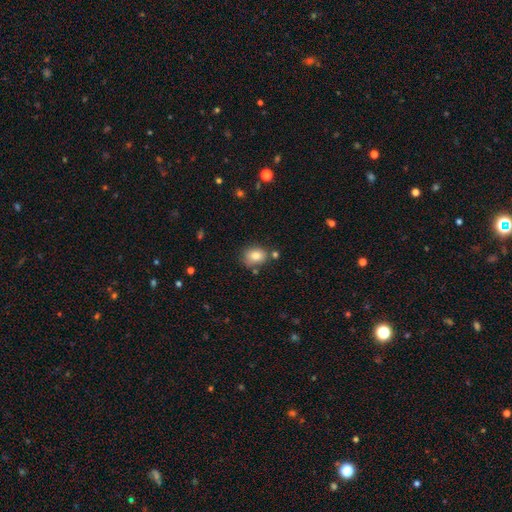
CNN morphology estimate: smooth-or-featured: smooth: 81% | featured or disk: 9% | star or artifact: 9%
  how-rounded: in between: 58% | round: 40% | cigar-shaped: 1%
  merging: none: 68% | minor disturbance: 18% | merger: 9% | major disturbance: 4%